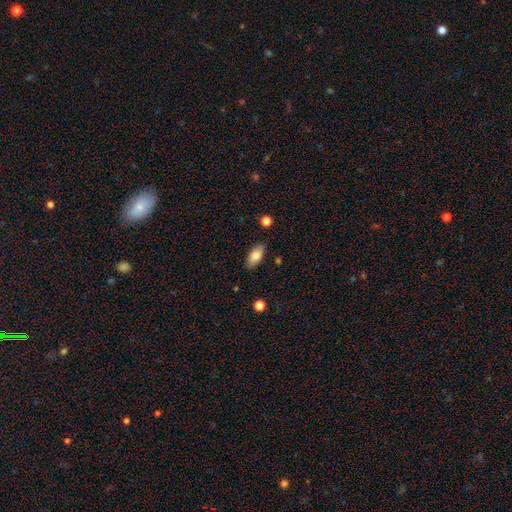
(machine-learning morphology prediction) smooth 80%, featured or disk 13%, star or artifact 7%. Down the decision tree: how rounded — in between (90%); merging — none (85%).